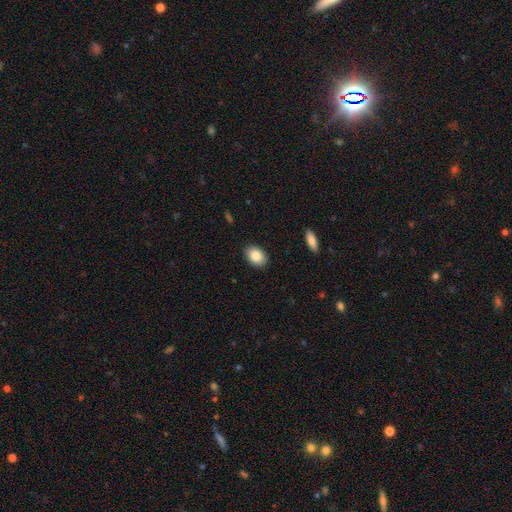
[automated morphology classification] The model was most divided on "how rounded": in between: 79%, round: 20%, cigar-shaped: 1%. More confident: merging — none (89%); smooth or featured — smooth (85%).